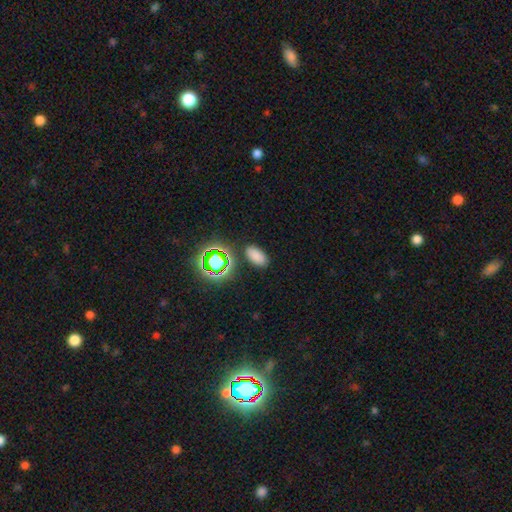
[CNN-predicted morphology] A smooth galaxy with no disk features (75%) that is in between round and cigar-shaped (92%).

Vote fractions:
- Smooth or featured? smooth: 75% / star or artifact: 20% / featured or disk: 5%
- How rounded? in between: 92% / round: 6% / cigar-shaped: 2%
- Merging? none: 87% / minor disturbance: 8% / merger: 3% / major disturbance: 2%